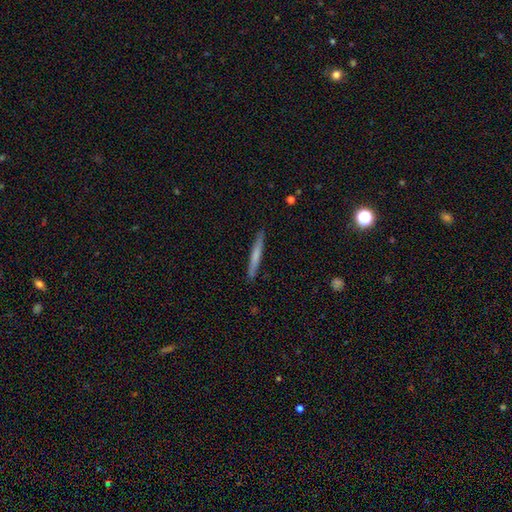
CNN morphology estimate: This is likely a smooth galaxy (63%). How rounded: clearly cigar-shaped (96%). Merging: clearly none (90%).